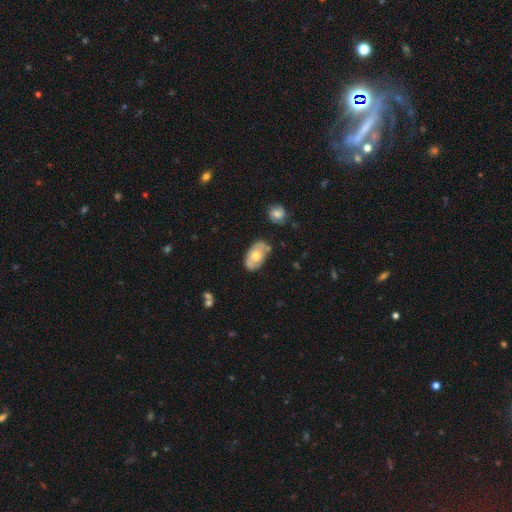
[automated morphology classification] Smooth or featured: smooth — 50% (featured or disk — 43%)
How rounded: in between — 91% (round — 7%)
Merging: none — 63% (minor disturbance — 26%)